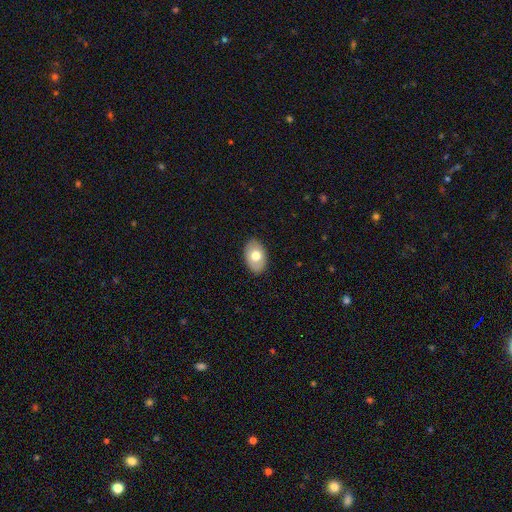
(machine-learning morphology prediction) Smooth or featured: smooth — 70% (featured or disk — 24%)
How rounded: in between — 86% (round — 13%)
Merging: none — 87% (minor disturbance — 10%)